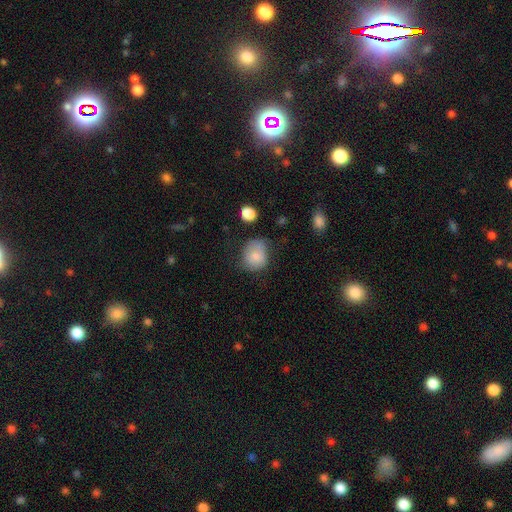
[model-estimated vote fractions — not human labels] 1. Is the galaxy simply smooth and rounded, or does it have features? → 80% smooth, 12% featured or disk, 8% star or artifact.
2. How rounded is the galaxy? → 62% round, 37% in between, 1% cigar-shaped.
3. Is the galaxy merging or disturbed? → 47% none, 35% minor disturbance, 14% major disturbance, 4% merger.